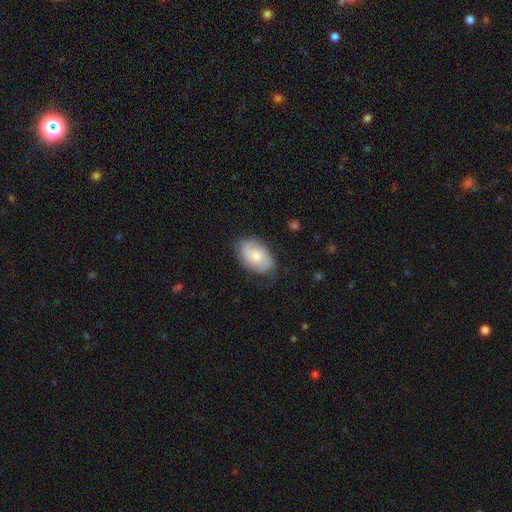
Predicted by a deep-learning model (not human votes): Smooth or featured: smooth — 60% (featured or disk — 34%)
How rounded: in between — 90% (round — 9%)
Merging: none — 72% (minor disturbance — 21%)